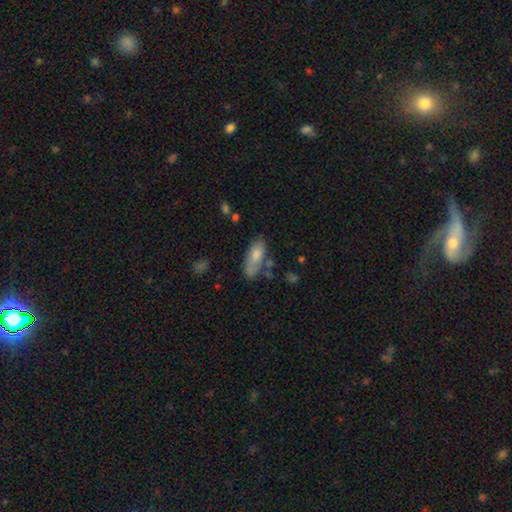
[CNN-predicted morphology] Overall: smooth (73%). How rounded: in between (80%). Merging: none (49%; minor disturbance 28%).